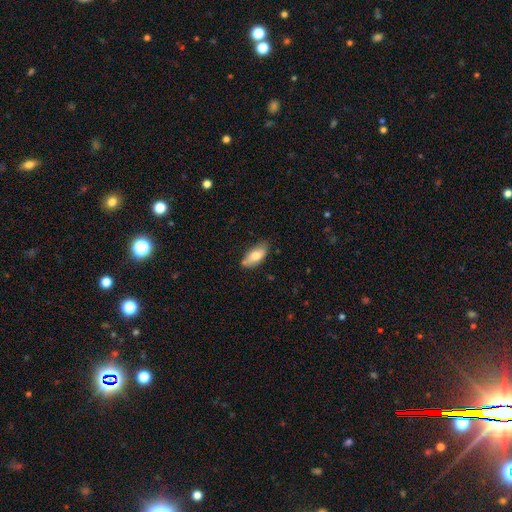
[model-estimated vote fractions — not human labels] The model was most divided on "smooth or featured": smooth: 74%, featured or disk: 19%, star or artifact: 7%. More confident: how rounded — in between (88%); merging — none (76%).